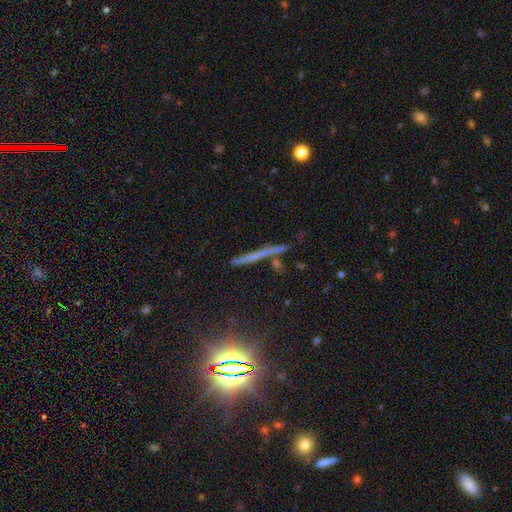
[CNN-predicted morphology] A featured or disk galaxy (41%). Merging: none (80%).